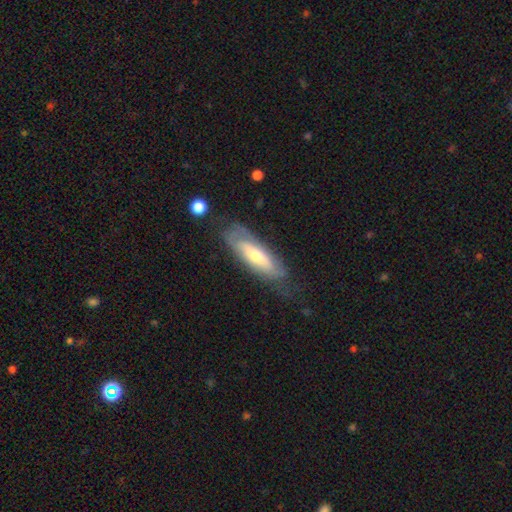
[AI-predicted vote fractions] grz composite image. It shows a featured or disk galaxy (55%). Merging: none (68%).